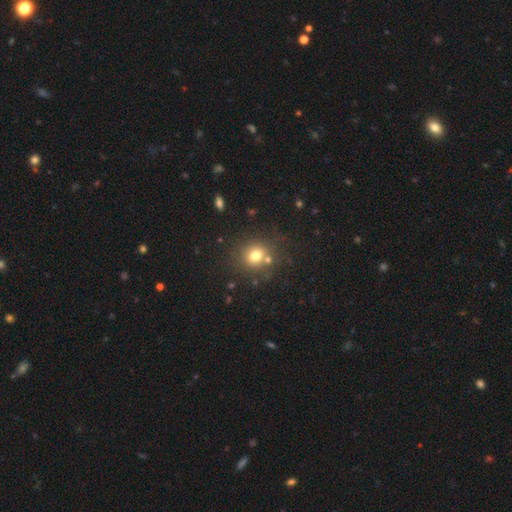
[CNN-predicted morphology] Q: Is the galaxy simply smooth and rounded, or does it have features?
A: smooth — 73%.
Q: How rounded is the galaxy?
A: round — 82%.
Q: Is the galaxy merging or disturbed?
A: none — 72%.